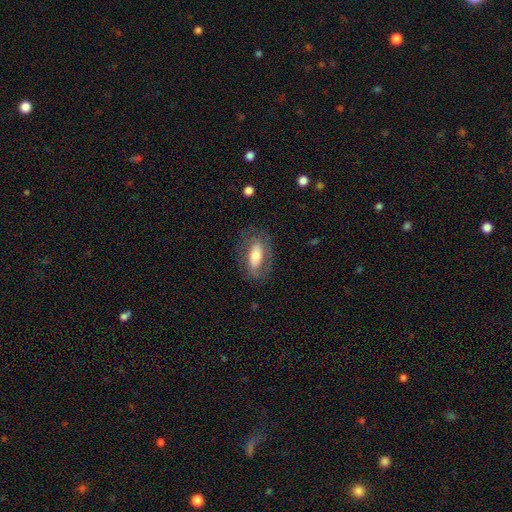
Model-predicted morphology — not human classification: Overall: smooth (58%; featured or disk 36%). How rounded: in between (83%). Merging: none (76%).